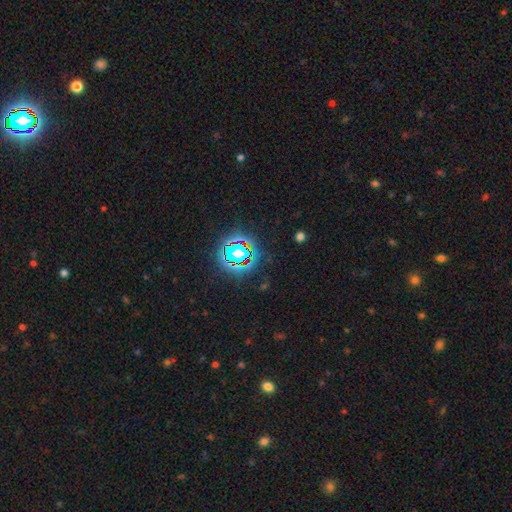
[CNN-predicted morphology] star or artifact 82%, smooth 11%, featured or disk 7%.